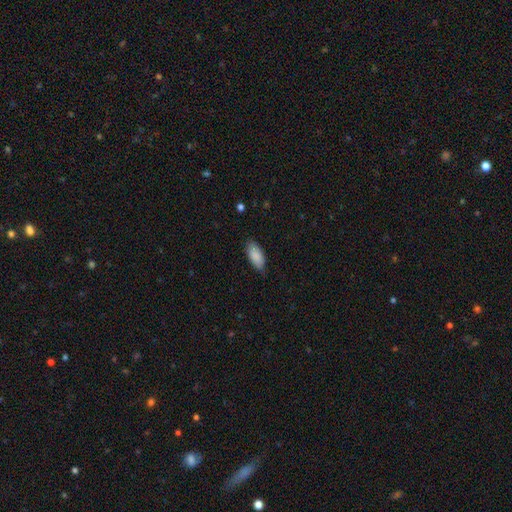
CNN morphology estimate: A smooth galaxy with no disk features (89%) that is in between round and cigar-shaped (89%).

Vote fractions:
- Smooth or featured? smooth: 89% / star or artifact: 6% / featured or disk: 5%
- How rounded? in between: 89% / cigar-shaped: 9% / round: 2%
- Merging? none: 78% / minor disturbance: 18% / major disturbance: 3% / merger: 1%